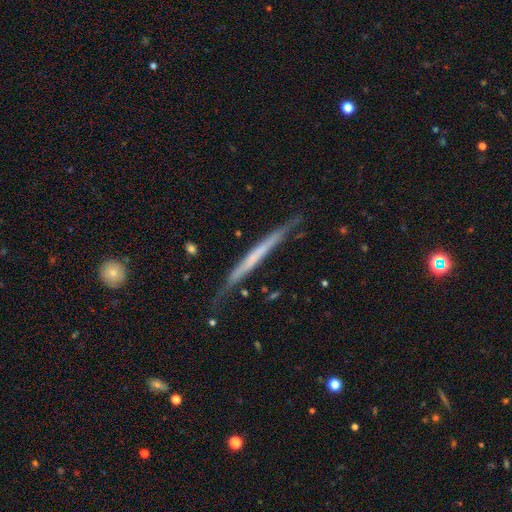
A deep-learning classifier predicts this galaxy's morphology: A featured or disk galaxy (60%) viewed edge-on (95%) with no central bulge (86%). Merging: none (79%).